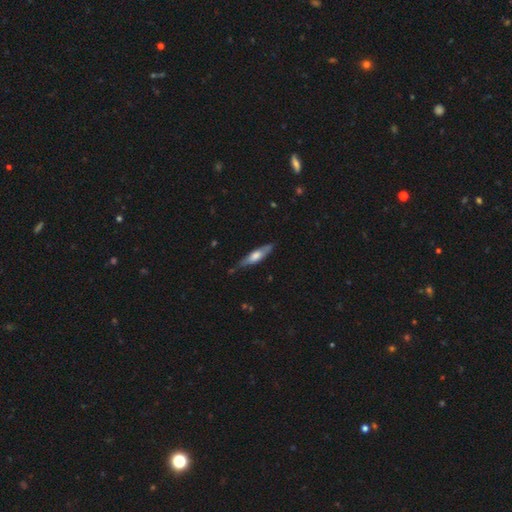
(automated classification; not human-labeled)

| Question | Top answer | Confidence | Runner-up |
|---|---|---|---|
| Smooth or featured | smooth | 48% | featured or disk (47%) |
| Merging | none | 75% | minor disturbance (19%) |